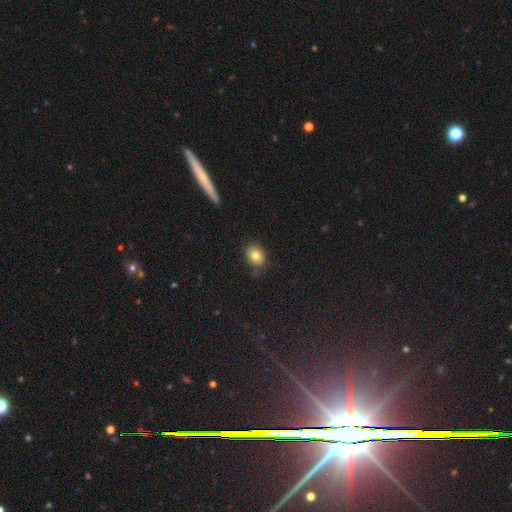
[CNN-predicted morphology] smooth_or_featured: smooth (p=0.80) [alt: star or artifact p=0.11]
how_rounded: in between (p=0.52) [alt: round p=0.47]
merging: none (p=0.78) [alt: minor disturbance p=0.17]